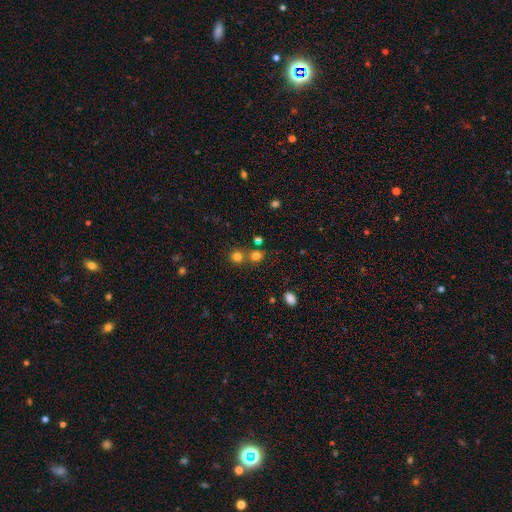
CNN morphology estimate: This appears to be a smooth galaxy with no disk features (75%) that is round (85%). Merging: none (63%).